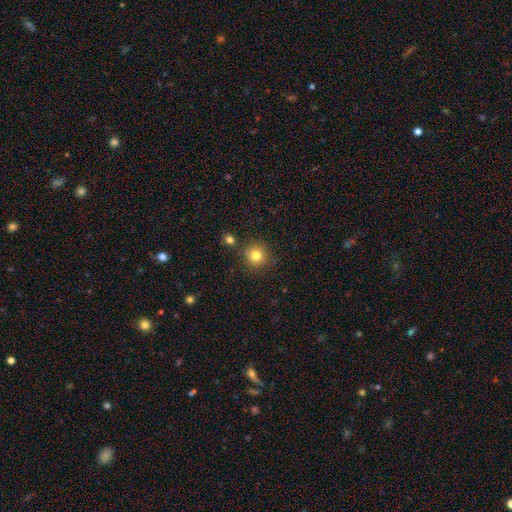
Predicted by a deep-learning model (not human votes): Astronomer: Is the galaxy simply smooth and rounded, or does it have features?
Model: smooth — 81%.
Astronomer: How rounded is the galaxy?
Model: round — 93%.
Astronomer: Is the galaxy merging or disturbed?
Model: none — 84%.